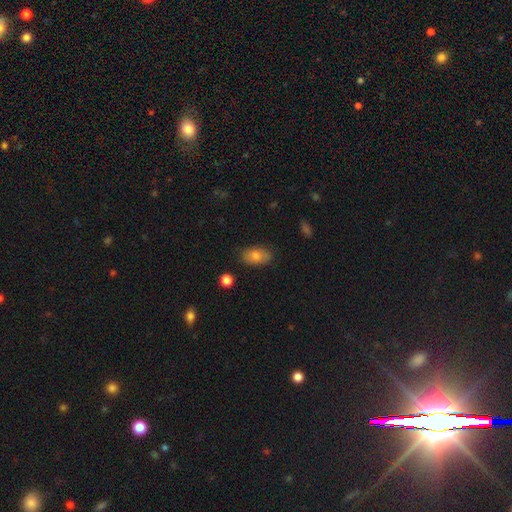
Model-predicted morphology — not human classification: A smooth galaxy with no disk features (81%) that is in between round and cigar-shaped (90%). Merging: none (81%).